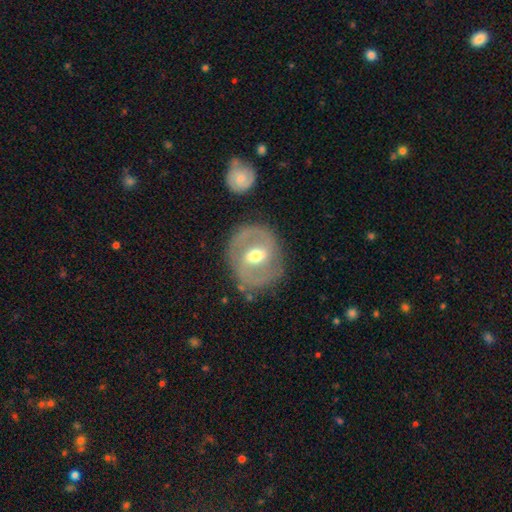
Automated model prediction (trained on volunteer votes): Smooth or featured: featured or disk — 71% (smooth — 24%)
Edge-on disk: no — 96% (yes — 4%)
Bar: weak — 50% (strong — 29%)
Spiral arms: yes — 65% (no — 35%)
Bulge size: moderate — 72% (small — 20%)
Merging: none — 77% (minor disturbance — 14%)